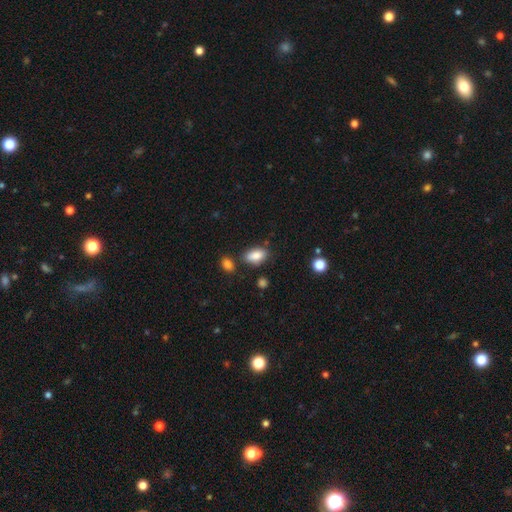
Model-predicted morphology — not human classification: A smooth galaxy with no disk features (86%) that is in between round and cigar-shaped (90%).

Vote fractions:
- Smooth or featured? smooth: 86% / star or artifact: 8% / featured or disk: 6%
- How rounded? in between: 90% / round: 7% / cigar-shaped: 3%
- Merging? none: 72% / minor disturbance: 16% / merger: 8% / major disturbance: 4%